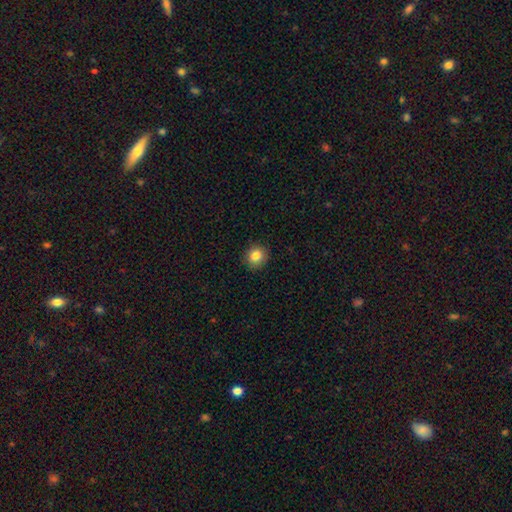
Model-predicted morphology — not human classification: Smooth or featured: smooth — 83% (star or artifact — 10%)
How rounded: round — 83% (in between — 16%)
Merging: none — 90% (minor disturbance — 8%)